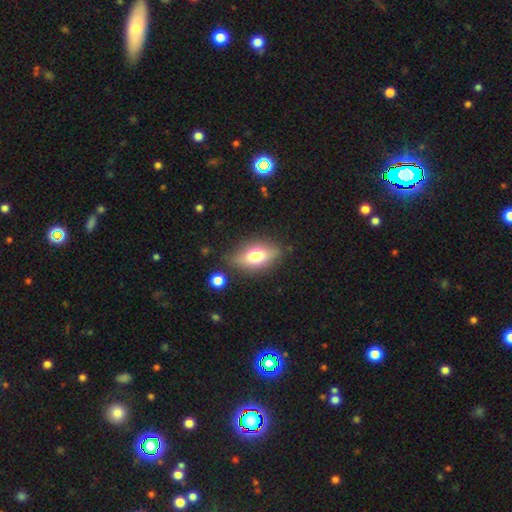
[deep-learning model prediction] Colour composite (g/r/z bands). It shows a smooth galaxy with no disk features (66%) that is in between round and cigar-shaped (82%). Merging: none (78%).